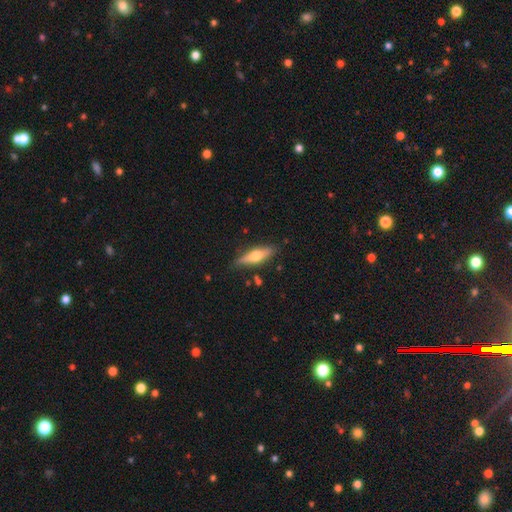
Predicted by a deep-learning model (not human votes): Smooth or featured?
  - smooth: 49% *
  - featured or disk: 45%
  - star or artifact: 6%
Merging?
  - none: 83% *
  - minor disturbance: 12%
  - major disturbance: 3%
  - merger: 2%